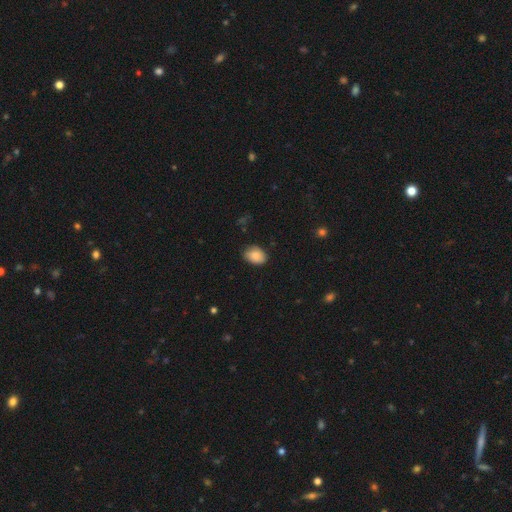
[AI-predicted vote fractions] smooth_or_featured: smooth (p=0.84) [alt: featured or disk p=0.08]
how_rounded: in between (p=0.77) [alt: round p=0.22]
merging: none (p=0.78) [alt: minor disturbance p=0.18]